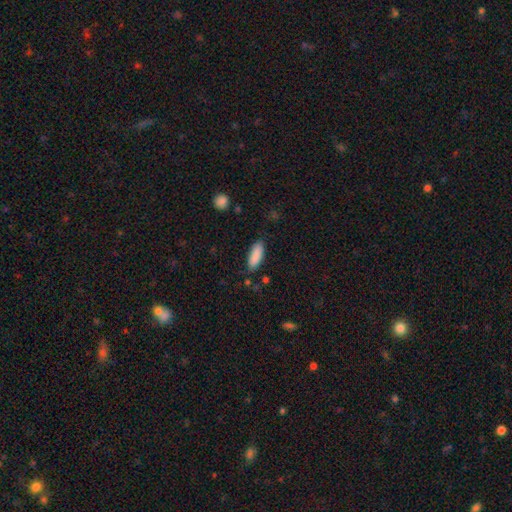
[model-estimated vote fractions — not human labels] smooth-or-featured: smooth: 89% | star or artifact: 6% | featured or disk: 5%
  how-rounded: in between: 72% | cigar-shaped: 27% | round: 2%
  merging: none: 83% | minor disturbance: 13% | major disturbance: 3% | merger: 2%